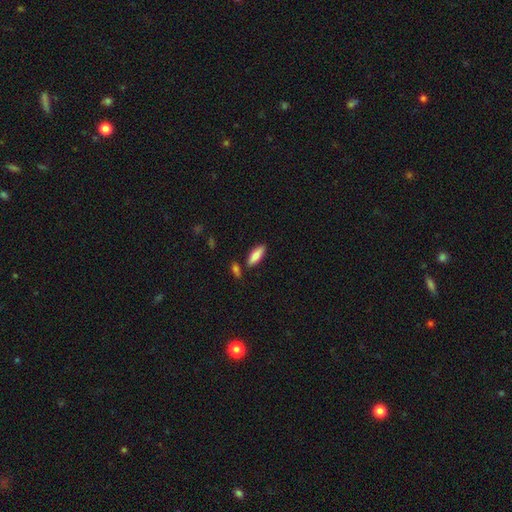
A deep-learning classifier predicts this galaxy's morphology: type=smooth (82%); roundness=in between (64%); merging=none (79%).